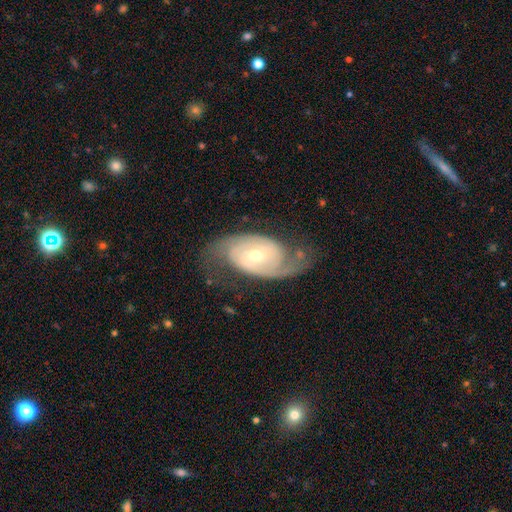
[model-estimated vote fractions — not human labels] A featured or disk galaxy (89%) with a weak bar (46%), 2 (89%) medium (46%) spiral arms (97%) and a moderate central bulge (51%).

Vote fractions:
- Smooth or featured? featured or disk: 89% / smooth: 6% / star or artifact: 5%
- Edge-on disk? no: 97% / yes: 3%
- Bar? weak: 46% / no: 38% / strong: 16%
- Spiral arms? yes: 97% / no: 3%
- Spiral winding? medium: 46% / tight: 36% / loose: 18%
- Spiral arm count? 2: 89% / can't tell: 5% / 3: 2% / 1: 2% / 4: 1% / more than 4: 1%
- Bulge size? moderate: 51% / small: 44% / large: 3% / none: 1% / dominant: 1%
- Merging? none: 70% / minor disturbance: 17% / major disturbance: 11% / merger: 2%